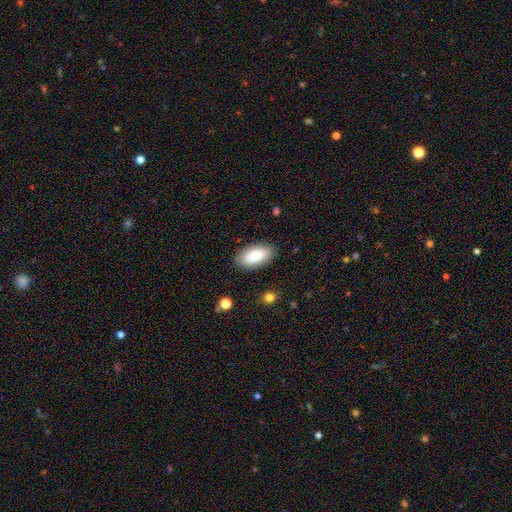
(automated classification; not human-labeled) A smooth galaxy with no disk features (83%) that is in between round and cigar-shaped (94%). Merging: none (86%).